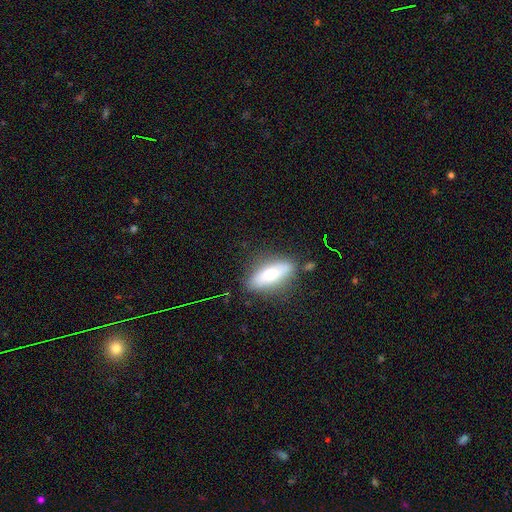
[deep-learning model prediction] A smooth galaxy with no disk features (60%) that is in between round and cigar-shaped (52%). Merging: none (78%).